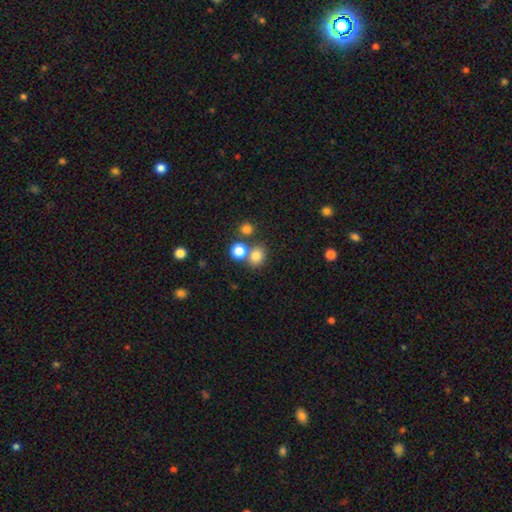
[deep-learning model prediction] A smooth galaxy with no disk features (78%) that is round (73%).

Vote fractions:
- Smooth or featured? smooth: 78% / star or artifact: 14% / featured or disk: 7%
- How rounded? round: 73% / in between: 26% / cigar-shaped: 1%
- Merging? none: 63% / merger: 24% / minor disturbance: 9% / major disturbance: 4%